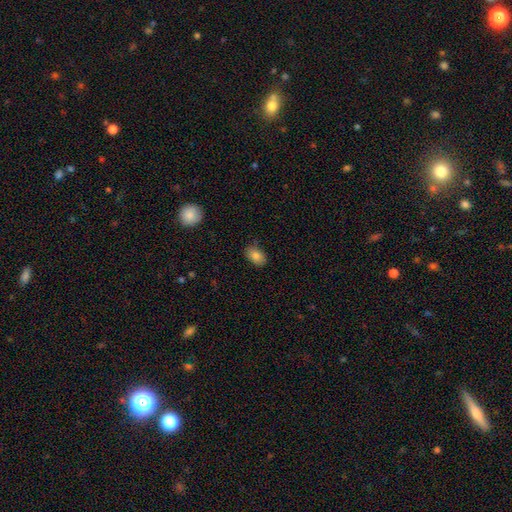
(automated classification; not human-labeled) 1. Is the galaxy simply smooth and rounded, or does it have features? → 83% smooth, 9% featured or disk, 8% star or artifact.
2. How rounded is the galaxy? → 87% in between, 11% round, 1% cigar-shaped.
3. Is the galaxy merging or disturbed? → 83% none, 13% minor disturbance, 2% major disturbance, 1% merger.